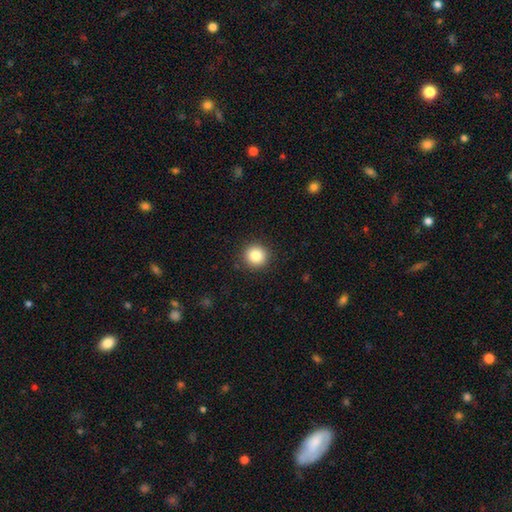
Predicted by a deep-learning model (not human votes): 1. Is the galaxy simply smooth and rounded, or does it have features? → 84% smooth, 10% star or artifact, 6% featured or disk.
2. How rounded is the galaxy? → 93% round, 6% in between, 1% cigar-shaped.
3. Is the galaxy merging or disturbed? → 91% none, 6% minor disturbance, 2% major disturbance, 1% merger.